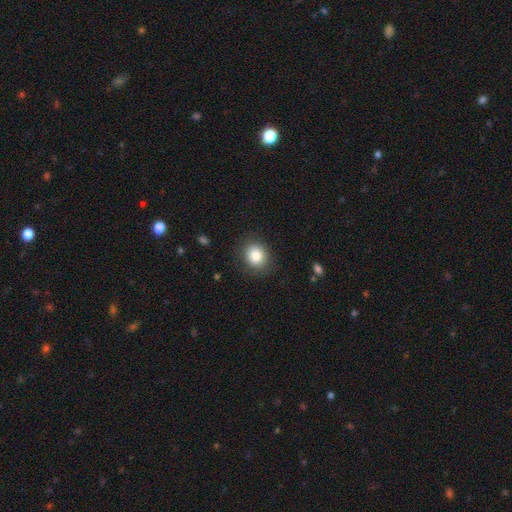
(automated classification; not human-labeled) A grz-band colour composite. It shows a smooth galaxy with no disk features (83%) that is round (69%). Merging: none (86%).